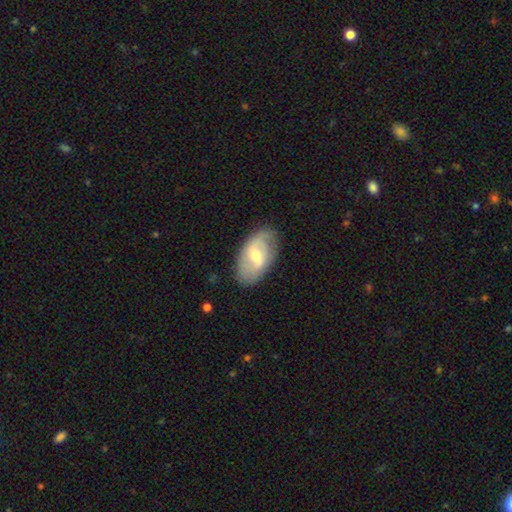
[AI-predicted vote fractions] Smooth or featured? Predicted: featured or disk (p=0.58). Edge-on disk? Predicted: no (p=0.94). Bar? Predicted: weak (p=0.56). Spiral arms? Predicted: yes (p=0.72). Bulge size? Predicted: moderate (p=0.55). Merging? Predicted: none (p=0.77).